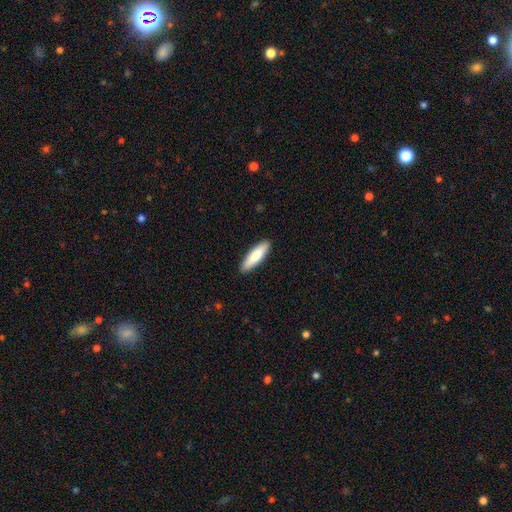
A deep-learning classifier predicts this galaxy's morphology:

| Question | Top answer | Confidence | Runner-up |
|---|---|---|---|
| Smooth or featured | smooth | 81% | featured or disk (14%) |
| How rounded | cigar-shaped | 65% | in between (34%) |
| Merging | none | 90% | minor disturbance (7%) |